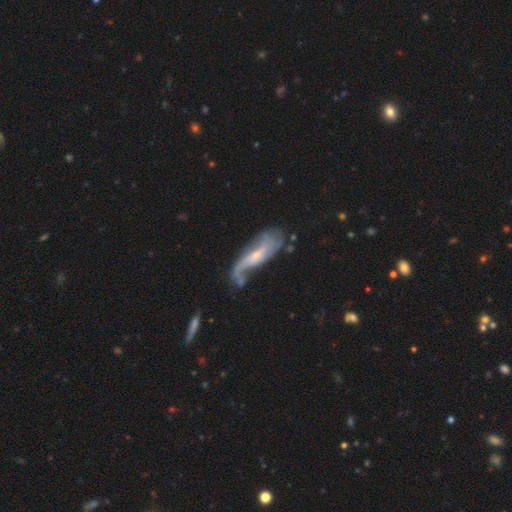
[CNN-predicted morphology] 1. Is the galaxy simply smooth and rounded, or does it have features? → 75% featured or disk, 19% smooth, 7% star or artifact.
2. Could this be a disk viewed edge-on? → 82% no, 18% yes.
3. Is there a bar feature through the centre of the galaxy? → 45% no, 39% weak, 16% strong.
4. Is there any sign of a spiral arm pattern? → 87% yes, 13% no.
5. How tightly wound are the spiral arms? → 61% loose, 27% medium, 13% tight.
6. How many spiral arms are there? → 63% 2, 16% can't tell, 14% 1, 3% 3, 2% 4, 2% more than 4.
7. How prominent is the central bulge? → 61% small, 30% moderate, 5% none, 2% large, 1% dominant.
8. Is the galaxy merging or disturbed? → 41% none, 26% minor disturbance, 25% major disturbance, 9% merger.